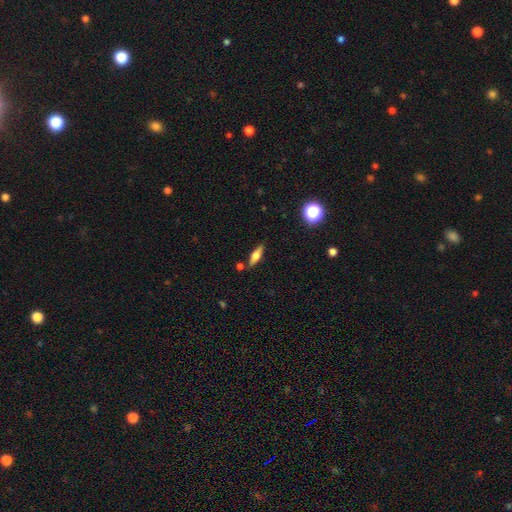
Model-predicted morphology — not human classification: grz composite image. It shows a smooth galaxy with no disk features (50%) that is cigar-shaped (51%). Merging: none (81%).